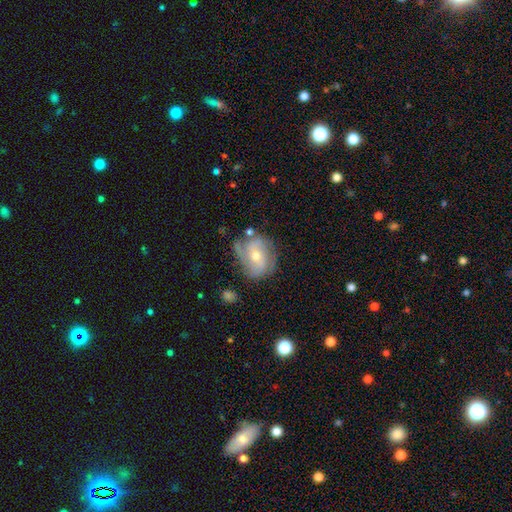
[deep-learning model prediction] A featured or disk galaxy (74%) with no bar (57%), 2 (33%) medium (41%) spiral arms (89%) and a moderate central bulge (62%).

Vote fractions:
- Smooth or featured? featured or disk: 74% / smooth: 18% / star or artifact: 7%
- Edge-on disk? no: 97% / yes: 3%
- Bar? no: 57% / weak: 34% / strong: 9%
- Spiral arms? yes: 89% / no: 11%
- Spiral winding? medium: 41% / tight: 38% / loose: 21%
- Spiral arm count? 2: 33% / 3: 29% / can't tell: 24% / 4: 6% / 1: 5% / more than 4: 3%
- Bulge size? moderate: 62% / small: 34% / large: 2% / none: 1% / dominant: 1%
- Merging? none: 60% / minor disturbance: 25% / major disturbance: 11% / merger: 4%